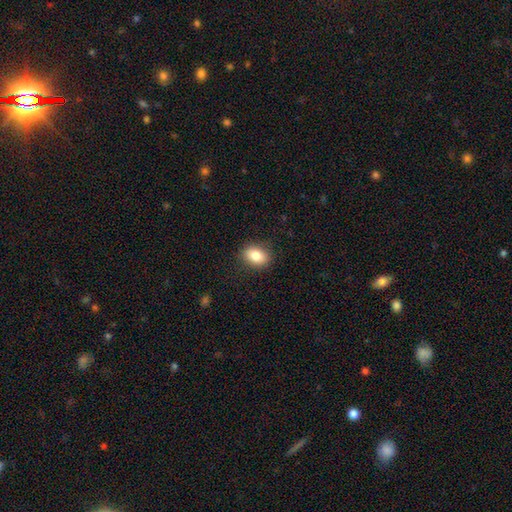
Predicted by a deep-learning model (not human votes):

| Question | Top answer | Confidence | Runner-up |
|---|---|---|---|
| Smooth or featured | smooth | 83% | featured or disk (9%) |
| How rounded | in between | 73% | round (25%) |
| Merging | none | 88% | minor disturbance (9%) |